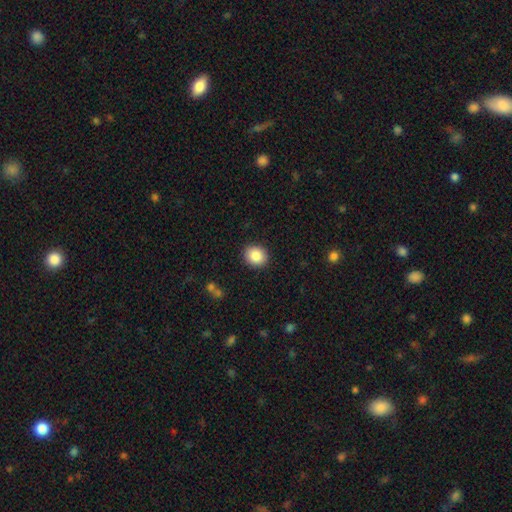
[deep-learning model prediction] smooth 87%, star or artifact 8%, featured or disk 5%. Down the decision tree: how rounded — round (71%); merging — none (90%).